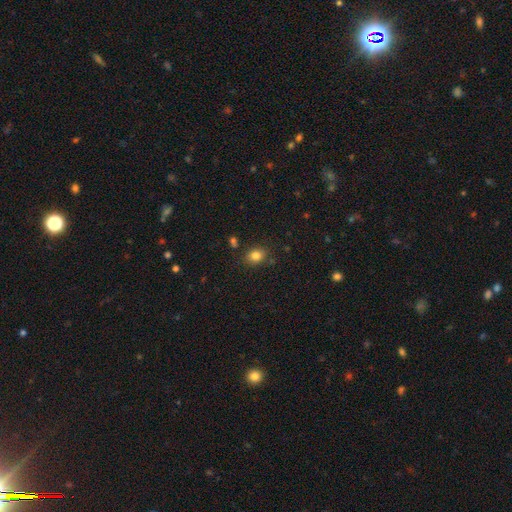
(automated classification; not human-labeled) Q: Smooth or featured?
A: smooth (82%); runner-up: star or artifact (12%)
Q: How rounded?
A: in between (52%); runner-up: round (47%)
Q: Merging?
A: none (82%); runner-up: minor disturbance (11%)